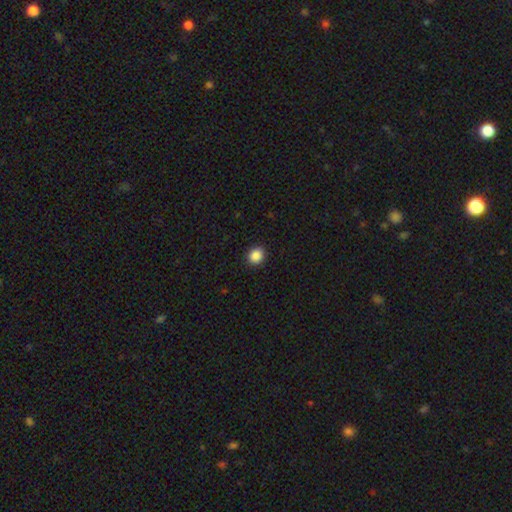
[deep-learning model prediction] smooth 88%, star or artifact 10%, featured or disk 3%. Down the decision tree: how rounded — round (78%); merging — none (91%).